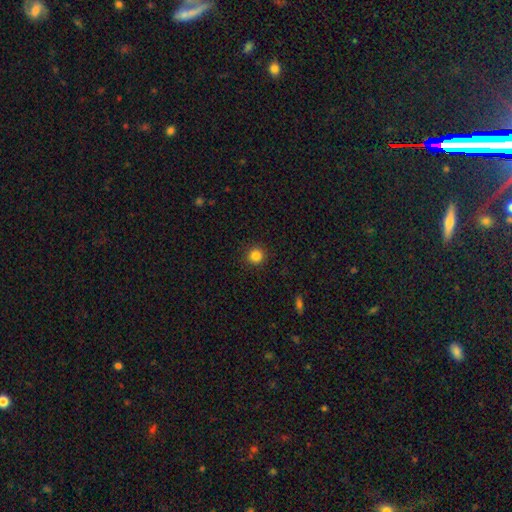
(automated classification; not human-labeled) Smooth or featured?
  - smooth: 84% *
  - star or artifact: 12%
  - featured or disk: 4%
How rounded?
  - round: 94% *
  - in between: 5%
  - cigar-shaped: 1%
Merging?
  - none: 92% *
  - minor disturbance: 5%
  - major disturbance: 2%
  - merger: 1%